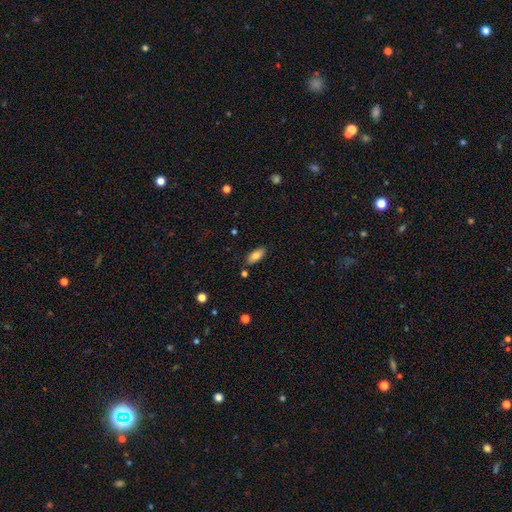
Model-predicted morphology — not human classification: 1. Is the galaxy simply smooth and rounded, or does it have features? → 81% smooth, 11% featured or disk, 8% star or artifact.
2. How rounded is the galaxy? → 88% in between, 10% cigar-shaped, 2% round.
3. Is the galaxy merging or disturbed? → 83% none, 11% minor disturbance, 4% merger, 2% major disturbance.